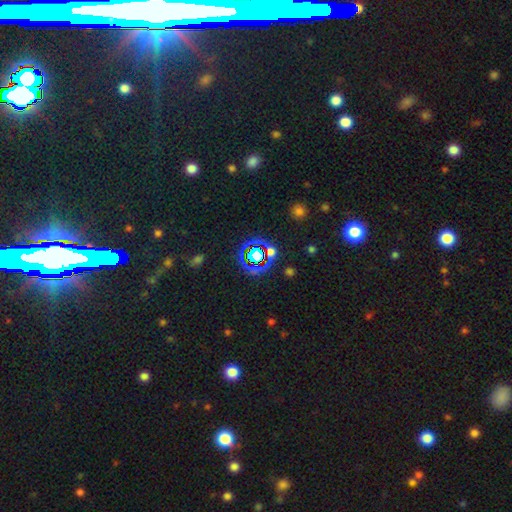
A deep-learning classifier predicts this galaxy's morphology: Overall: star or artifact (69%).